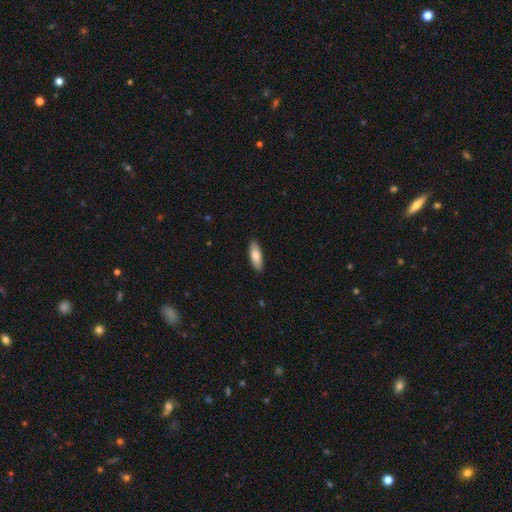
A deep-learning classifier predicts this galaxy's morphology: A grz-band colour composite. It shows a smooth galaxy with no disk features (78%) that is in between round and cigar-shaped (59%). Merging: none (90%).